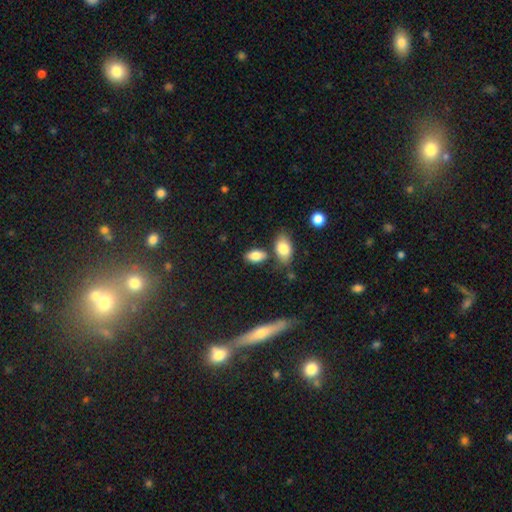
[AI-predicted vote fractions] Smooth or featured?
  - smooth: 84% *
  - featured or disk: 8%
  - star or artifact: 8%
How rounded?
  - in between: 90% *
  - round: 7%
  - cigar-shaped: 3%
Merging?
  - none: 70% *
  - merger: 14%
  - minor disturbance: 13%
  - major disturbance: 4%